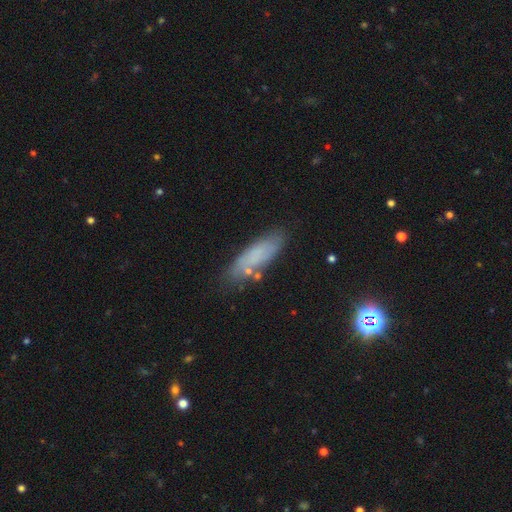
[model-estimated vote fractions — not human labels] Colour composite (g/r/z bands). It shows a smooth galaxy with no disk features (67%) that is in between round and cigar-shaped (51%). Merging: none (74%).